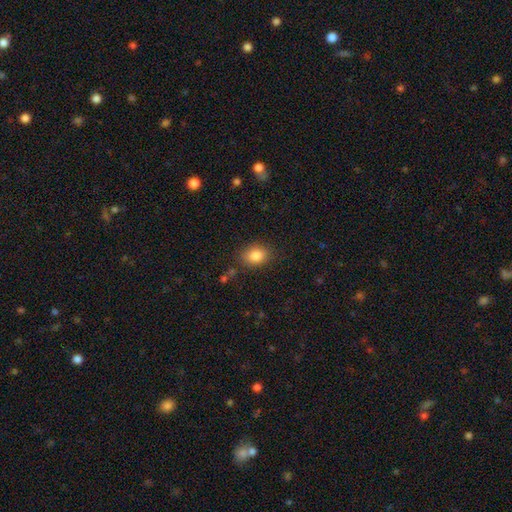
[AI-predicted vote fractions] Smooth or featured?
  - smooth: 85% *
  - star or artifact: 9%
  - featured or disk: 6%
How rounded?
  - in between: 64% *
  - round: 35%
  - cigar-shaped: 1%
Merging?
  - none: 81% *
  - minor disturbance: 13%
  - major disturbance: 4%
  - merger: 2%